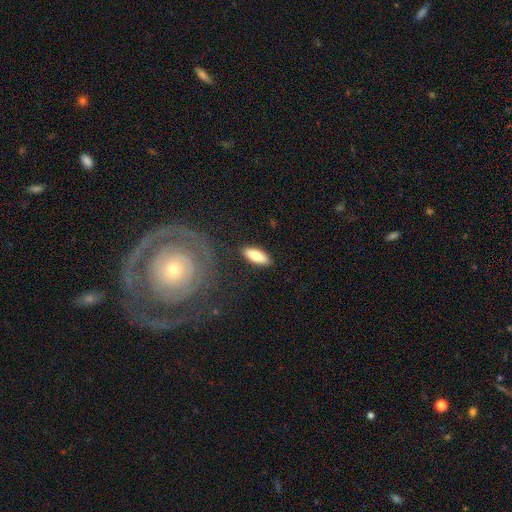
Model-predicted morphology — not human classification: Smooth or featured: smooth — 78% (featured or disk — 16%)
How rounded: in between — 66% (cigar-shaped — 32%)
Merging: none — 87% (minor disturbance — 9%)